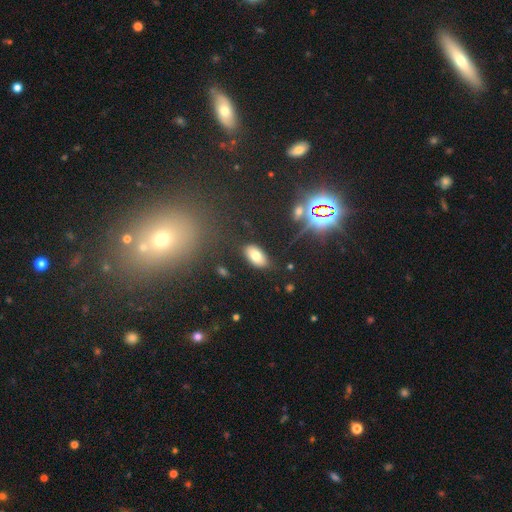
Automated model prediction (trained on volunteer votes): Overall: smooth (76%). How rounded: in between (94%). Merging: none (84%).